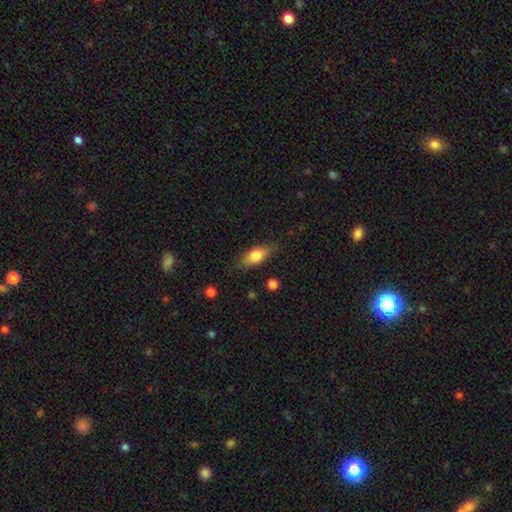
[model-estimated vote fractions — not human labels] smooth 77%, featured or disk 16%, star or artifact 7%. Down the decision tree: how rounded — in between (79%); merging — none (79%).